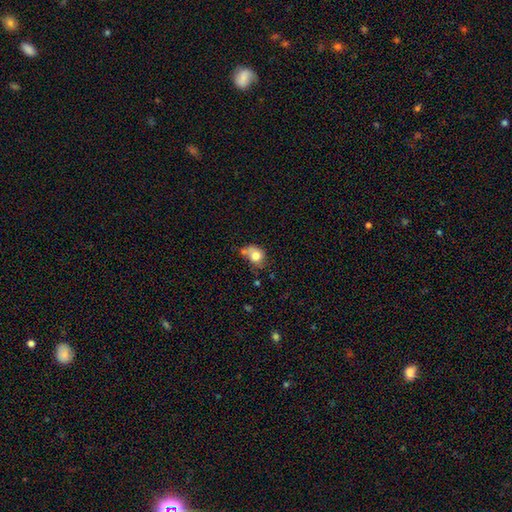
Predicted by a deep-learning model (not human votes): Smooth or featured: smooth — 77% (featured or disk — 13%)
How rounded: round — 55% (in between — 44%)
Merging: none — 39% (minor disturbance — 28%)